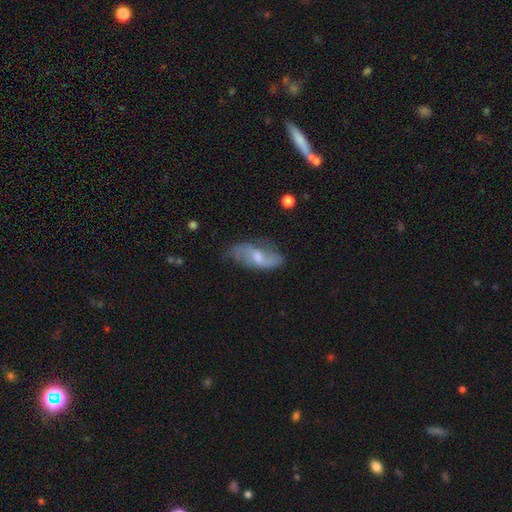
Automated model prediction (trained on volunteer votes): Smooth or featured: featured or disk — 69% (smooth — 22%)
Edge-on disk: no — 89% (yes — 11%)
Bar: no — 44% (tied with weak — 44%)
Spiral arms: yes — 89% (no — 11%)
Spiral winding: loose — 53% (medium — 33%)
Spiral arm count: 2 — 82% (can't tell — 11%)
Bulge size: moderate — 54% (small — 37%)
Merging: none — 74% (minor disturbance — 19%)